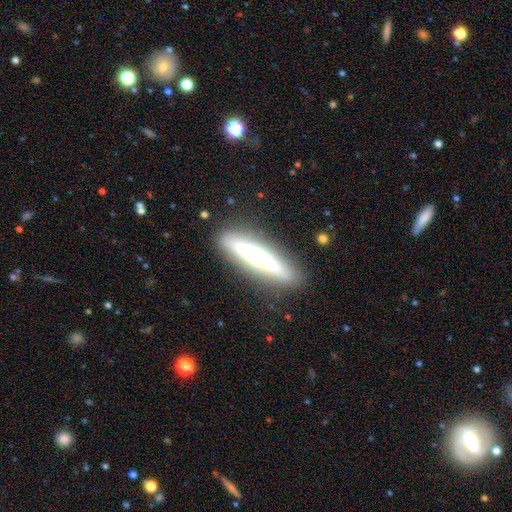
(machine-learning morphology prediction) A featured or disk galaxy (62%) viewed edge-on (89%) with a rounded central bulge (77%).

Vote fractions:
- Smooth or featured? featured or disk: 62% / smooth: 29% / star or artifact: 8%
- Edge-on disk? yes: 89% / no: 11%
- Edge-on bulge? rounded: 77% / boxy: 12% / none: 10%
- Merging? none: 86% / minor disturbance: 9% / major disturbance: 3% / merger: 2%